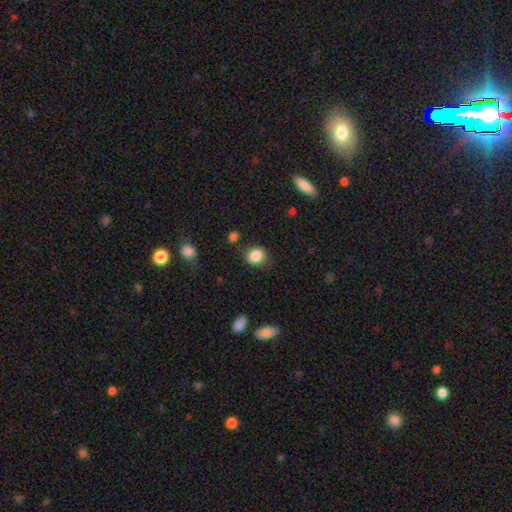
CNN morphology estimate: smooth_or_featured: smooth (p=0.86) [alt: star or artifact p=0.09]
how_rounded: round (p=0.65) [alt: in between p=0.34]
merging: none (p=0.77) [alt: minor disturbance p=0.15]